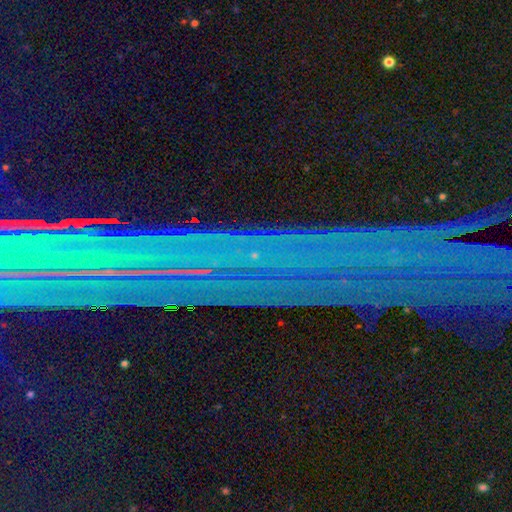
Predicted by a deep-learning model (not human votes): Smooth or featured? star or artifact (80%)